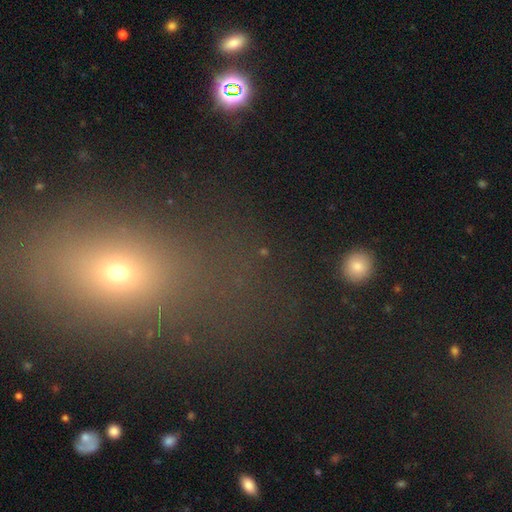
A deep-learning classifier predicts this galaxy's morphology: Q: Smooth or featured?
A: smooth (51%); runner-up: star or artifact (34%)
Q: How rounded?
A: in between (56%); runner-up: round (39%)
Q: Merging?
A: none (72%); runner-up: minor disturbance (12%)